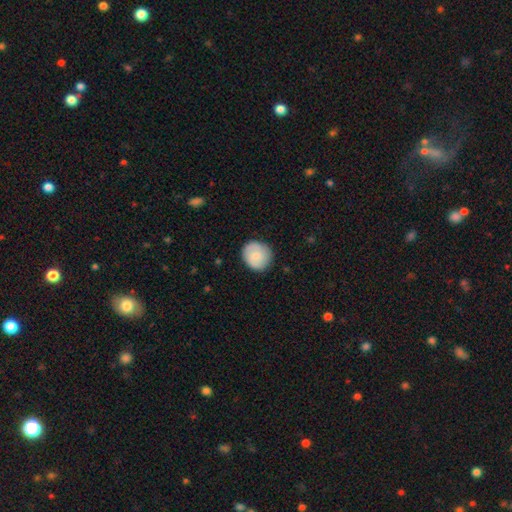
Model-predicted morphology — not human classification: A smooth galaxy with no disk features (79%) that is round (86%).

Vote fractions:
- Smooth or featured? smooth: 79% / featured or disk: 15% / star or artifact: 6%
- How rounded? round: 86% / in between: 13% / cigar-shaped: 1%
- Merging? none: 84% / minor disturbance: 12% / major disturbance: 3% / merger: 1%